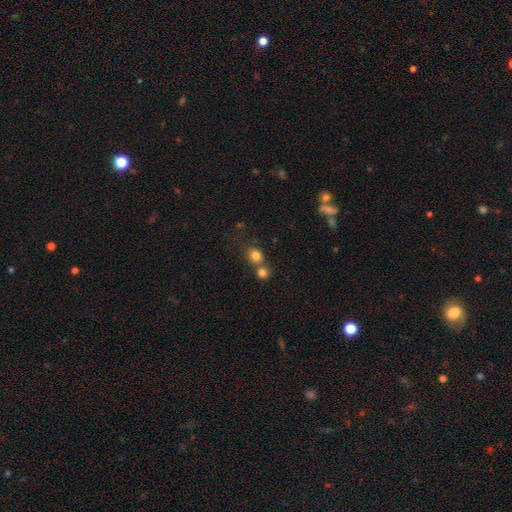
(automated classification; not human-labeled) The model was most divided on "merging": none: 54%, merger: 35%, minor disturbance: 7%, major disturbance: 3%. More confident: how rounded — round (82%); smooth or featured — smooth (80%).